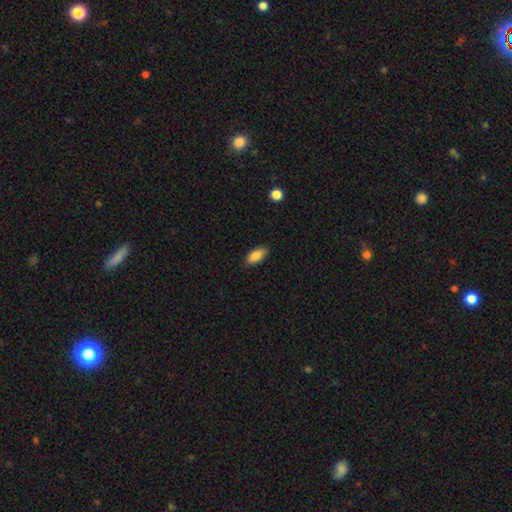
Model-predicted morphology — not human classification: Smooth or featured? Predicted: smooth (p=0.86). How rounded? Predicted: in between (p=0.89). Merging? Predicted: none (p=0.86).